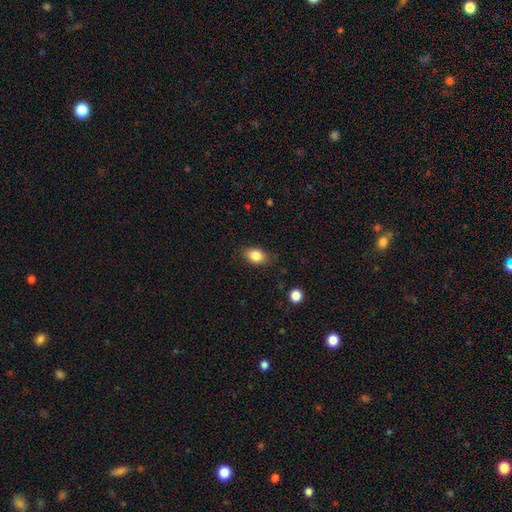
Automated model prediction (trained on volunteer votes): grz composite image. It shows a smooth galaxy with no disk features (84%) that is in between round and cigar-shaped (81%). Merging: none (82%).